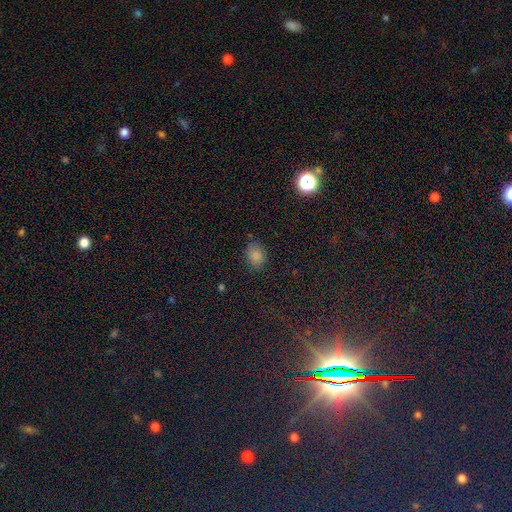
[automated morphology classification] The model was most divided on "how rounded": in between: 67%, round: 32%, cigar-shaped: 1%. More confident: smooth or featured — smooth (82%); merging — none (80%).